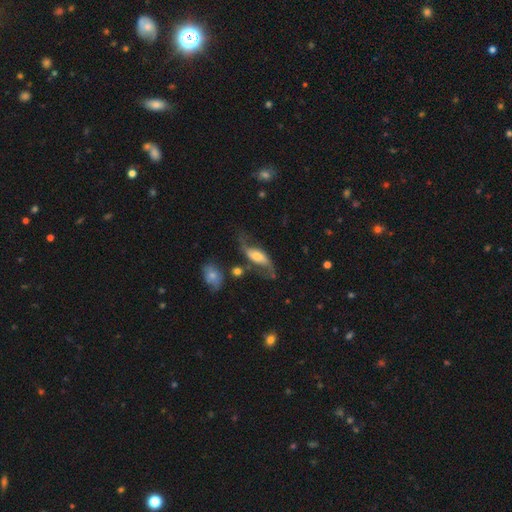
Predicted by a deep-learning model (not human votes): A featured or disk galaxy (78%) with no bar (40%), 2 (91%) loose (72%) spiral arms (93%) and a moderate central bulge (46%). Merging: none (62%).